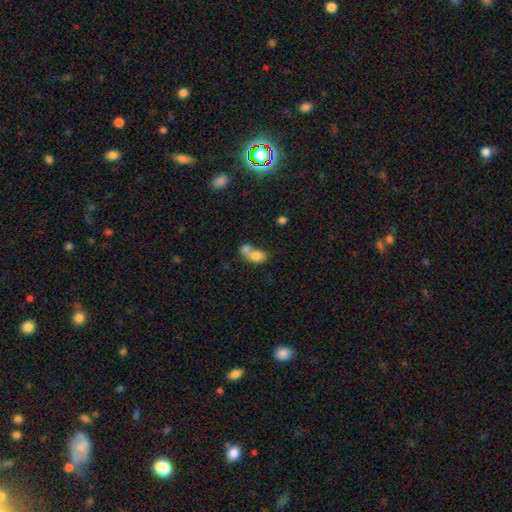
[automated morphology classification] The model was most divided on "how rounded": in between: 70%, round: 27%, cigar-shaped: 2%. More confident: smooth or featured — smooth (76%); merging — merger (68%).